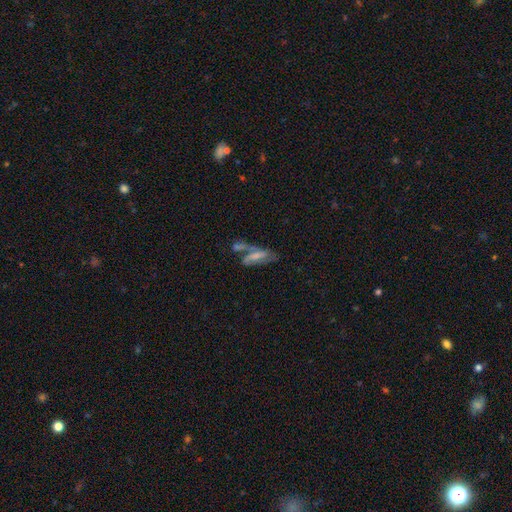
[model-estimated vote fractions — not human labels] Morphology: type=featured or disk (49%); merging=merger (36%).